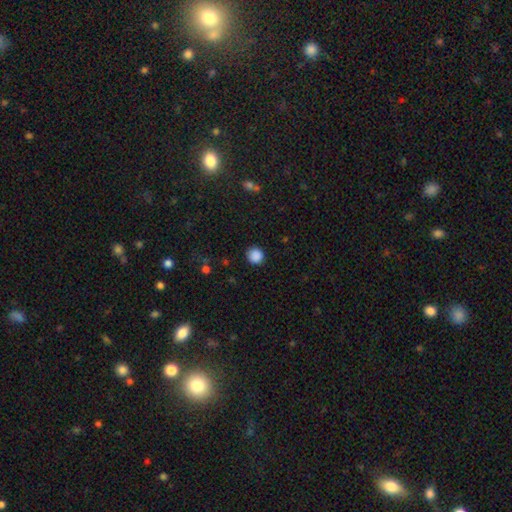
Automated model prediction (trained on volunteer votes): A smooth galaxy with no disk features (88%) that is round (92%). Merging: none (90%).